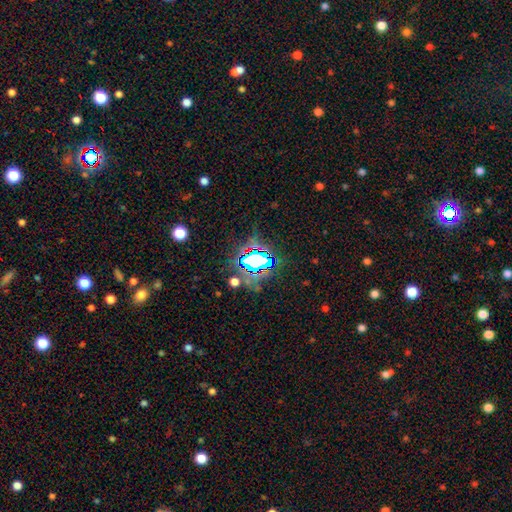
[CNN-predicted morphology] Smooth or featured? star or artifact (67%)